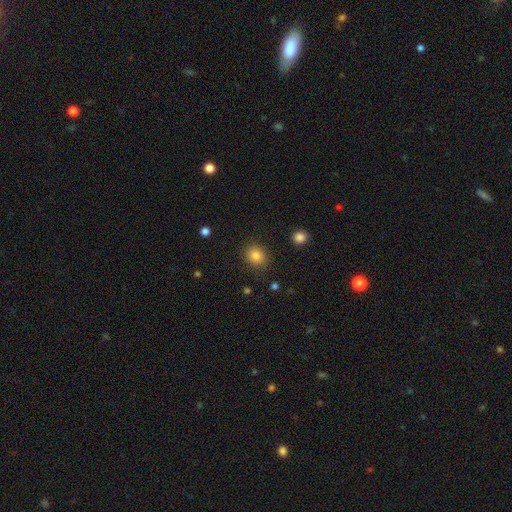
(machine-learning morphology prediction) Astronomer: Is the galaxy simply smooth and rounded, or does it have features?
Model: smooth — 85%.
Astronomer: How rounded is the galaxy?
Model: round — 72%.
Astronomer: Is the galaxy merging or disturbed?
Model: none — 86%.